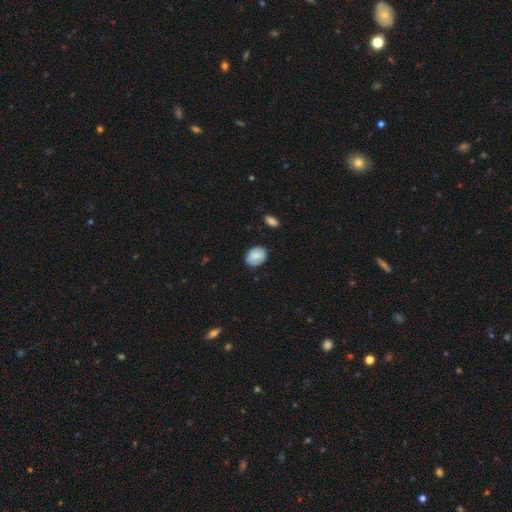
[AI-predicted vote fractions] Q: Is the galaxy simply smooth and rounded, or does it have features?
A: smooth — 74%.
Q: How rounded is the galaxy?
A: in between — 61%.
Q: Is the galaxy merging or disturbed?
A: none — 74%.